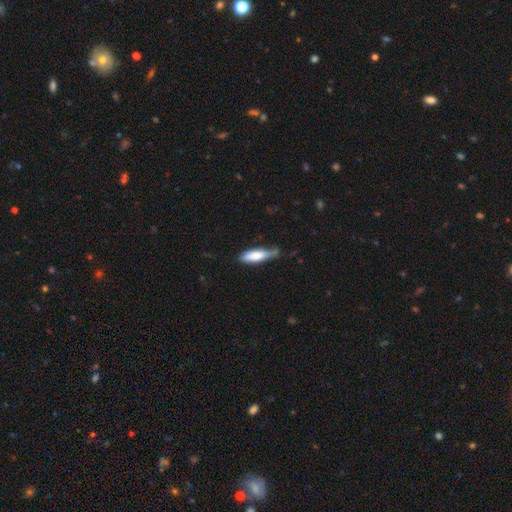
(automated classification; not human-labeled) smooth 72%, featured or disk 23%, star or artifact 6%. Down the decision tree: how rounded — cigar-shaped (58%); merging — none (47%).